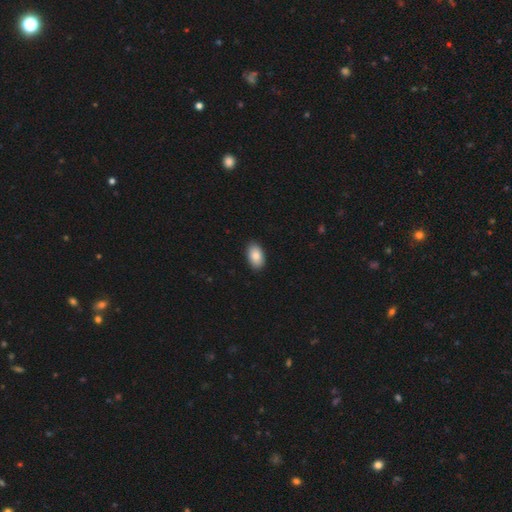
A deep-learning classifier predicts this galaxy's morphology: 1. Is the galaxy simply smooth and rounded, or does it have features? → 87% smooth, 7% star or artifact, 6% featured or disk.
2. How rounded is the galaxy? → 94% in between, 5% round, 1% cigar-shaped.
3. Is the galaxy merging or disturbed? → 90% none, 7% minor disturbance, 2% major disturbance, 1% merger.